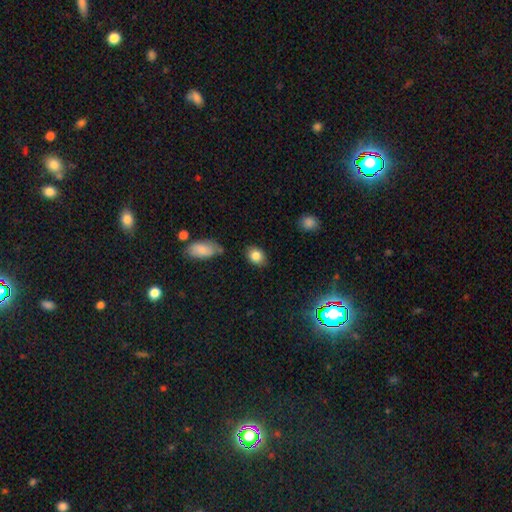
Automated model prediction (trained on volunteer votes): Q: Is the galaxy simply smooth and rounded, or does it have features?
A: smooth — 83%.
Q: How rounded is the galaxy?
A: in between — 62%.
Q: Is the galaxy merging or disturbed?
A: none — 80%.